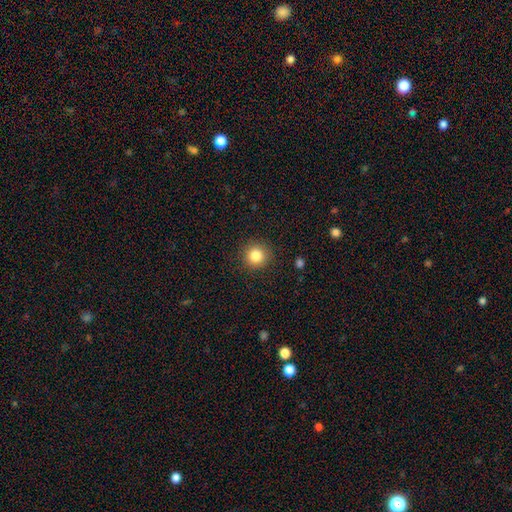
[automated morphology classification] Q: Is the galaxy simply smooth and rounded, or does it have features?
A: smooth — 83%.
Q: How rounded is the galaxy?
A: round — 94%.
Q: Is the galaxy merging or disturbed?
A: none — 91%.